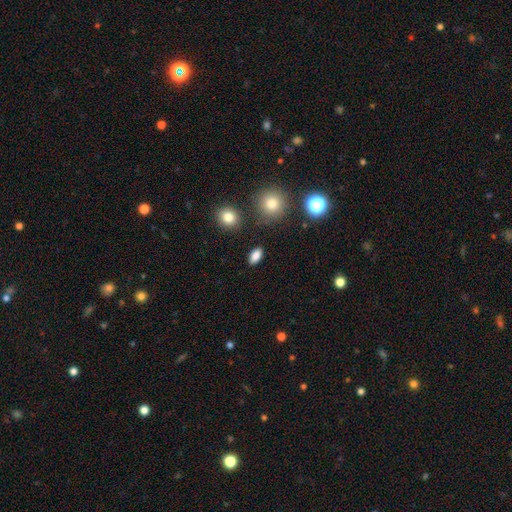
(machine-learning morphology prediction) This appears to be a smooth galaxy with no disk features (82%) that is in between round and cigar-shaped (85%). Merging: none (87%).